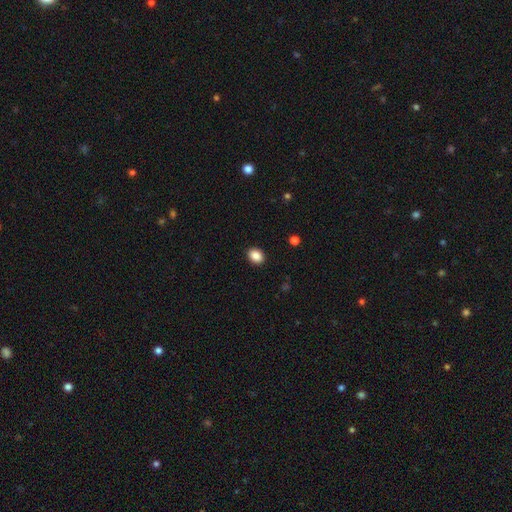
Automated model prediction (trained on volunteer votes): Overall: smooth (88%). How rounded: in between (58%; round 41%). Merging: none (91%).